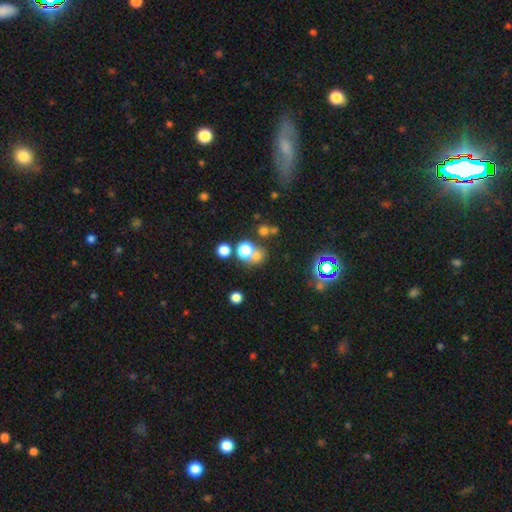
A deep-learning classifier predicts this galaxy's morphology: Smooth or featured: smooth — 60% (star or artifact — 30%)
How rounded: round — 81% (in between — 18%)
Merging: none — 55% (merger — 31%)